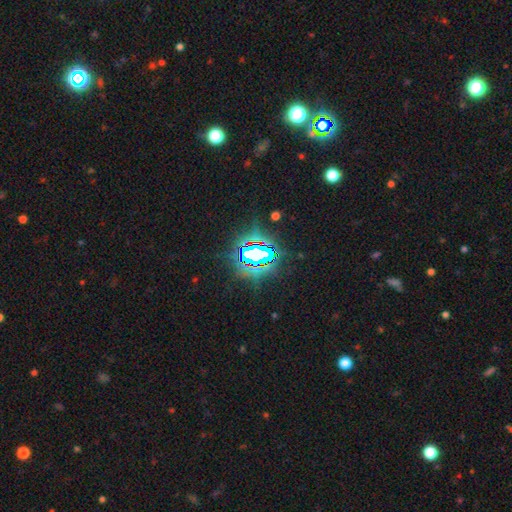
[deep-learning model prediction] A star or artifact, not a galaxy (77%).

Vote fractions:
- Smooth or featured? star or artifact: 77% / smooth: 12% / featured or disk: 11%